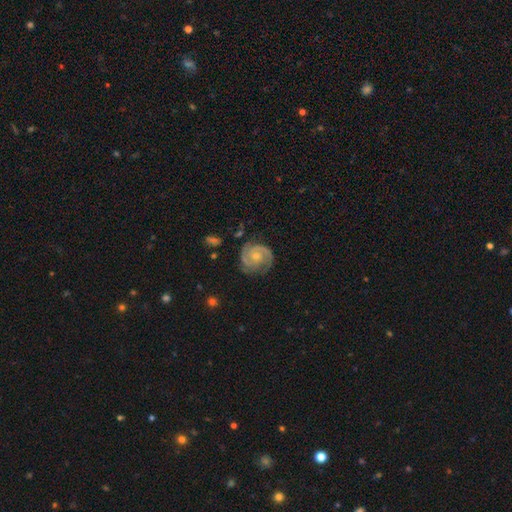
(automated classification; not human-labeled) Smooth or featured?
  - featured or disk: 88% *
  - smooth: 7%
  - star or artifact: 5%
Edge-on disk?
  - no: 98% *
  - yes: 2%
Bar?
  - no: 70% *
  - weak: 25%
  - strong: 5%
Spiral arms?
  - yes: 98% *
  - no: 2%
Spiral winding?
  - tight: 60% *
  - medium: 34%
  - loose: 5%
Spiral arm count?
  - 2: 74% *
  - 3: 14%
  - can't tell: 5%
  - 1: 2%
  - 4: 2%
  - more than 4: 2%
Bulge size?
  - small: 59% *
  - moderate: 36%
  - none: 3%
  - large: 1%
  - dominant: 1%
Merging?
  - none: 77% *
  - minor disturbance: 16%
  - major disturbance: 5%
  - merger: 2%